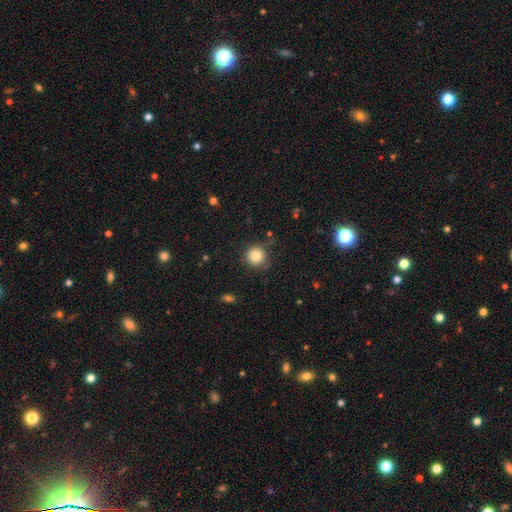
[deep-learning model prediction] Smooth or featured? smooth (83%)
How rounded? round (95%)
Merging? none (84%)